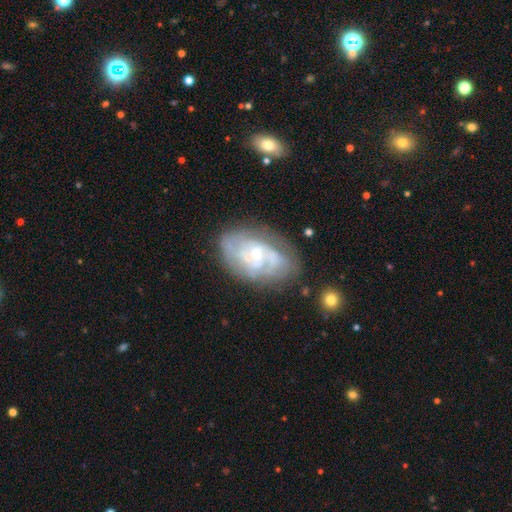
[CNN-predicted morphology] Smooth or featured? Predicted: featured or disk (p=0.74). Edge-on disk? Predicted: no (p=0.96). Bar? Predicted: no (p=0.65). Spiral arms? Predicted: yes (p=0.69). Bulge size? Predicted: small (p=0.63). Merging? Predicted: none (p=0.58).